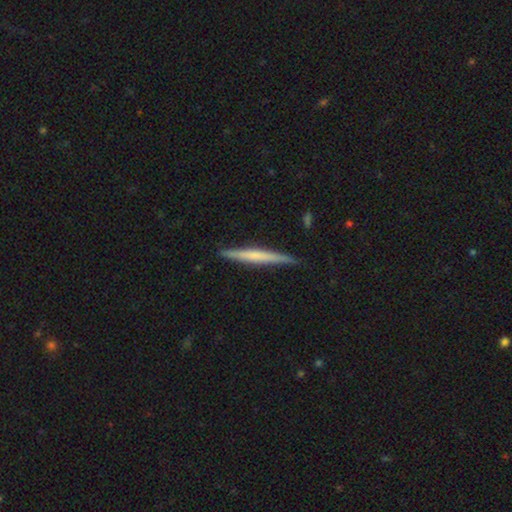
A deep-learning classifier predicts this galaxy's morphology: Overall: featured or disk (51%; smooth 44%). Edge-on disk: yes (97%). Merging: none (90%).